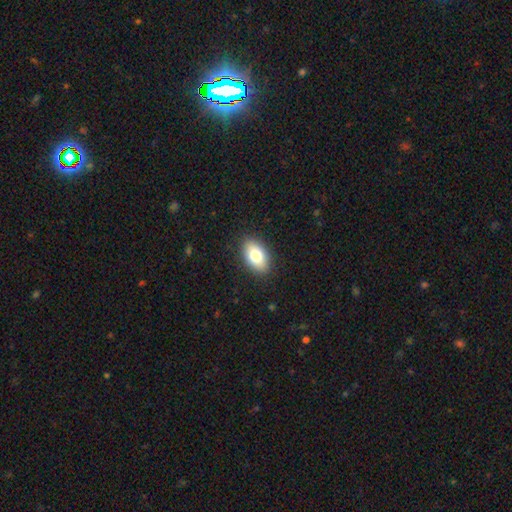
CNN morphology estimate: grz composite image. It shows a smooth galaxy with no disk features (78%) that is in between round and cigar-shaped (91%). Merging: none (88%).